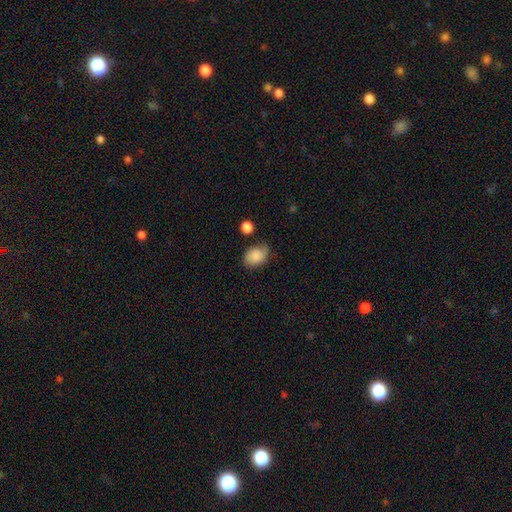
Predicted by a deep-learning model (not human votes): smooth-or-featured: smooth: 79% | featured or disk: 12% | star or artifact: 8%
  how-rounded: in between: 70% | round: 29% | cigar-shaped: 1%
  merging: none: 52% | minor disturbance: 32% | major disturbance: 11% | merger: 5%